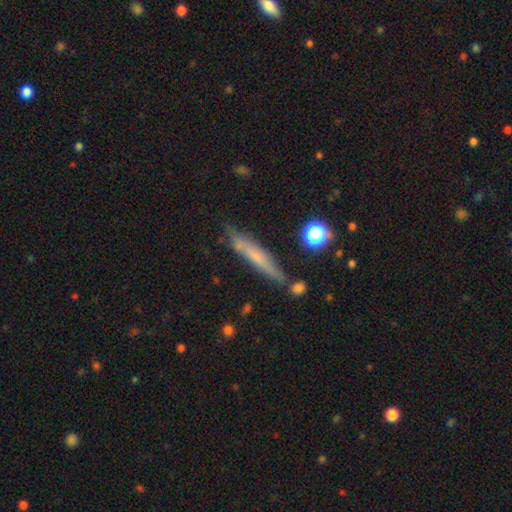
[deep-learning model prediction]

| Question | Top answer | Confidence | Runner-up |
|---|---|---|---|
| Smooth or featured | smooth | 50% | featured or disk (42%) |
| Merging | none | 75% | minor disturbance (16%) |